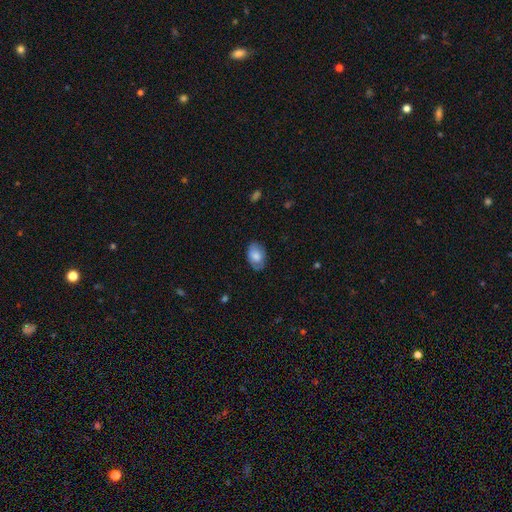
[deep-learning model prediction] A smooth galaxy with no disk features (78%) that is in between round and cigar-shaped (88%).

Vote fractions:
- Smooth or featured? smooth: 78% / featured or disk: 16% / star or artifact: 7%
- How rounded? in between: 88% / round: 11% / cigar-shaped: 1%
- Merging? none: 78% / minor disturbance: 18% / major disturbance: 4% / merger: 1%